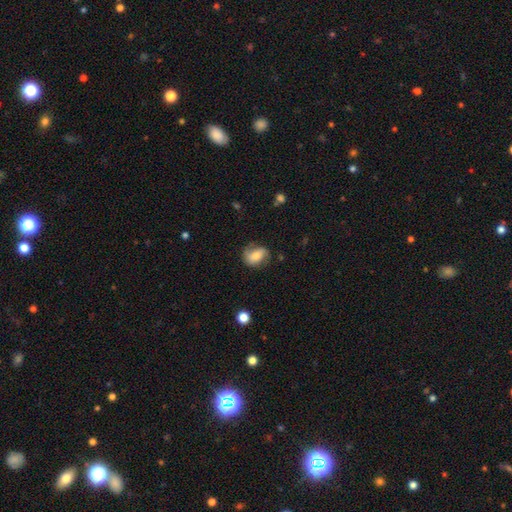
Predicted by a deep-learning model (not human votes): Q: Smooth or featured?
A: smooth (56%); runner-up: featured or disk (36%)
Q: How rounded?
A: in between (65%); runner-up: round (33%)
Q: Merging?
A: none (64%); runner-up: minor disturbance (25%)